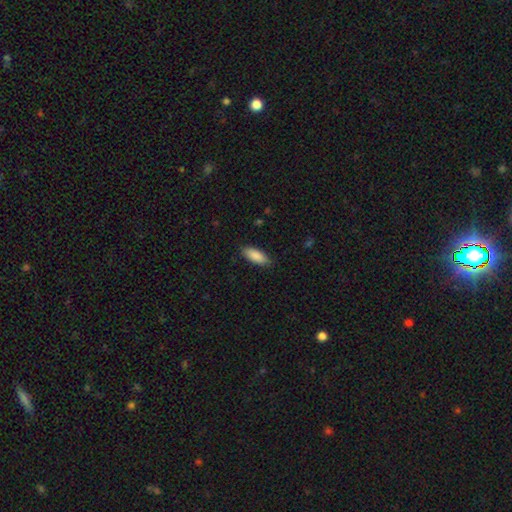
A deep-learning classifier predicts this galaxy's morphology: This is clearly a smooth galaxy (89%). How rounded: likely in between (77%). Merging: clearly none (86%).